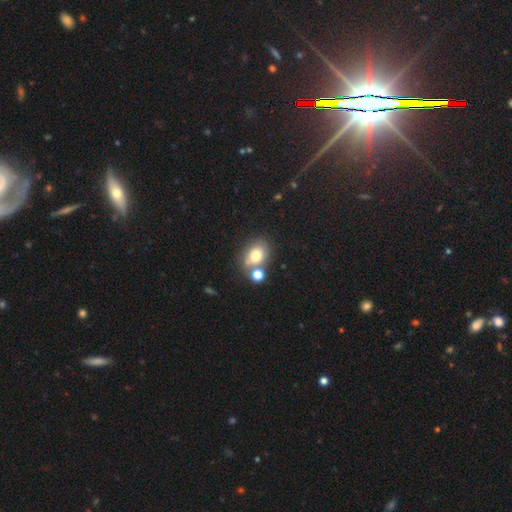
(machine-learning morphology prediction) smooth-or-featured: smooth: 74% | featured or disk: 14% | star or artifact: 12%
  how-rounded: in between: 52% | round: 47% | cigar-shaped: 1%
  merging: none: 53% | merger: 28% | minor disturbance: 14% | major disturbance: 5%